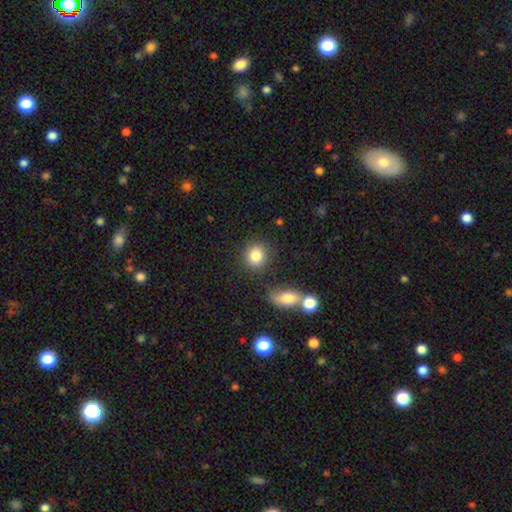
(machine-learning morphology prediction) smooth-or-featured: smooth: 84% | star or artifact: 9% | featured or disk: 7%
  how-rounded: round: 79% | in between: 20% | cigar-shaped: 1%
  merging: none: 81% | minor disturbance: 9% | merger: 7% | major disturbance: 3%